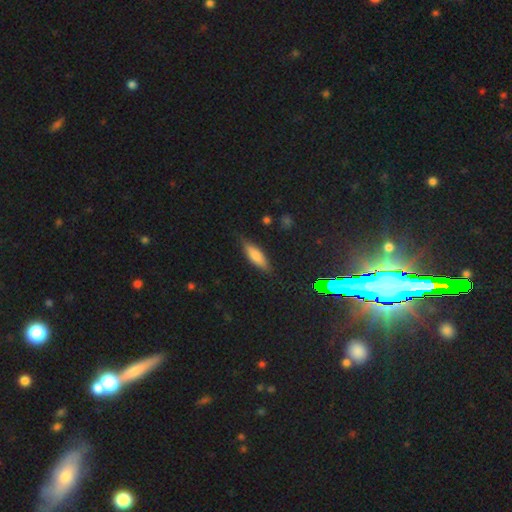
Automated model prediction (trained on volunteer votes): The model was most divided on "how rounded": in between: 54%, cigar-shaped: 43%, round: 2%. More confident: merging — none (78%); smooth or featured — smooth (71%).